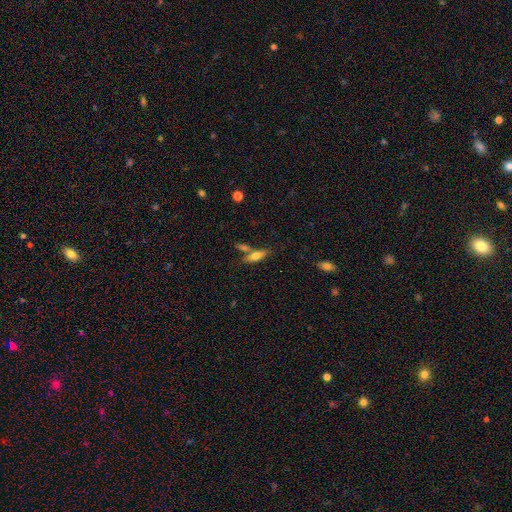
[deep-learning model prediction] Smooth or featured?
  - smooth: 61% *
  - featured or disk: 31%
  - star or artifact: 8%
How rounded?
  - cigar-shaped: 51% *
  - in between: 46%
  - round: 3%
Merging?
  - none: 60% *
  - merger: 22%
  - minor disturbance: 13%
  - major disturbance: 4%